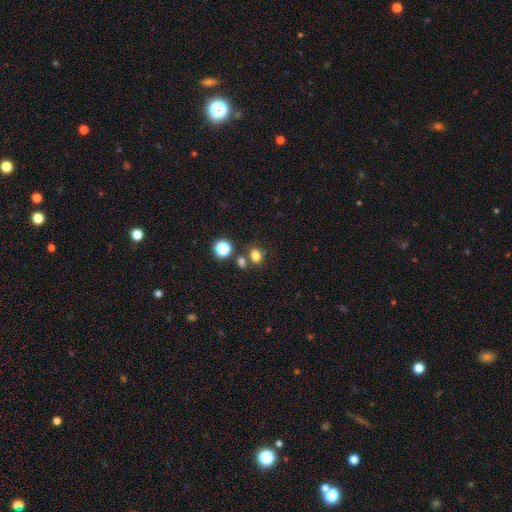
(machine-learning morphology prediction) Smooth or featured? Predicted: smooth (p=0.77). How rounded? Predicted: round (p=0.51). Merging? Predicted: none (p=0.68).